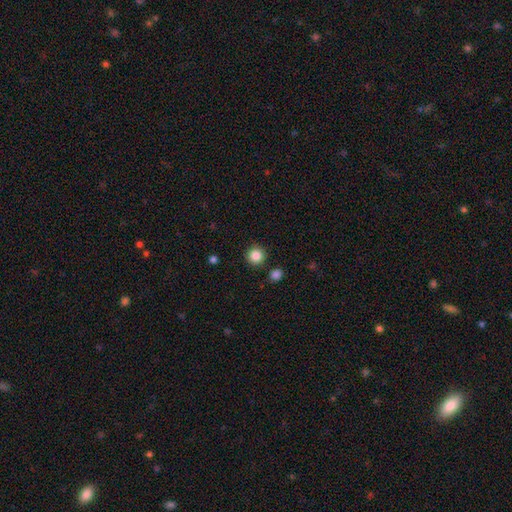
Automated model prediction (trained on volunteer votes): Q: Smooth or featured?
A: smooth (86%); runner-up: star or artifact (10%)
Q: How rounded?
A: round (94%); runner-up: in between (5%)
Q: Merging?
A: none (89%); runner-up: minor disturbance (6%)